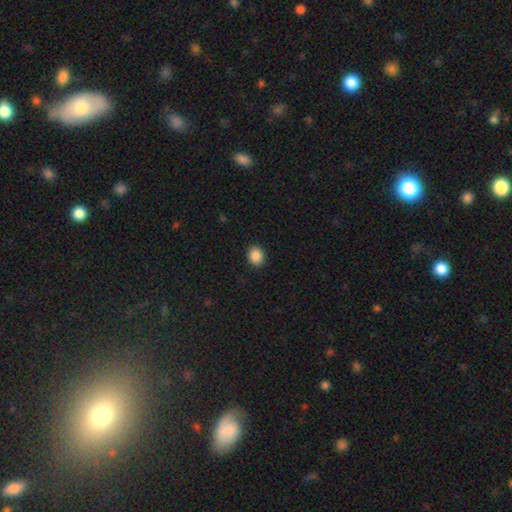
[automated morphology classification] smooth_or_featured: smooth (p=0.89) [alt: star or artifact p=0.09]
how_rounded: round (p=0.58) [alt: in between p=0.41]
merging: none (p=0.91) [alt: minor disturbance p=0.06]